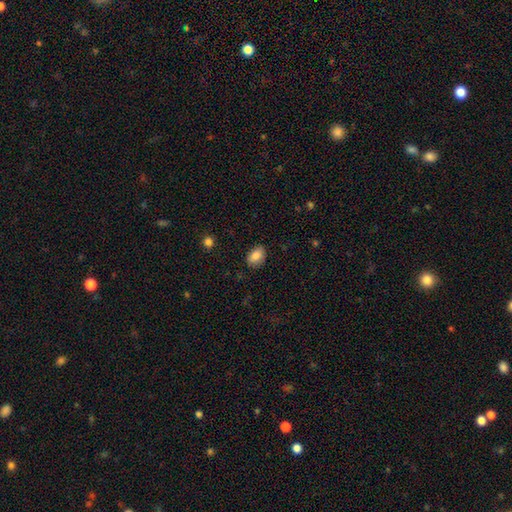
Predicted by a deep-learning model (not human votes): Smooth or featured: smooth — 84% (star or artifact — 8%)
How rounded: in between — 84% (round — 14%)
Merging: none — 81% (minor disturbance — 15%)